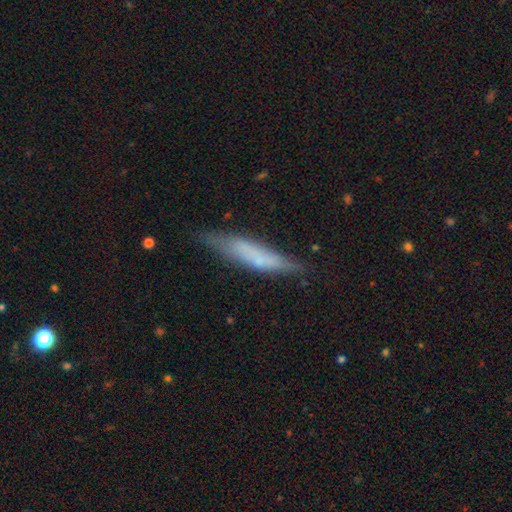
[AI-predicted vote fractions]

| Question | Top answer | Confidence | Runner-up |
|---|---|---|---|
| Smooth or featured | smooth | 57% | featured or disk (35%) |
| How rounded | cigar-shaped | 86% | in between (13%) |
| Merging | none | 67% | minor disturbance (24%) |